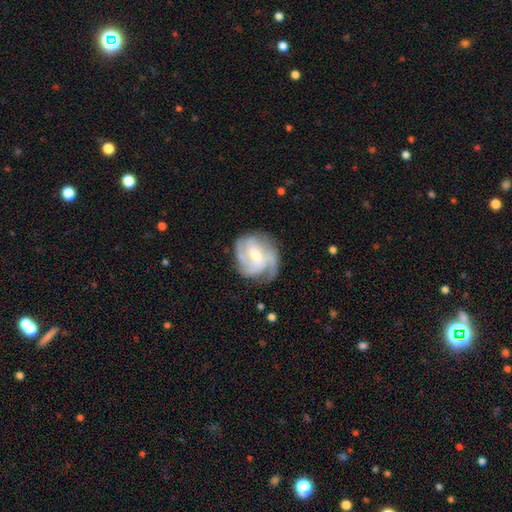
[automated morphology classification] Overall: featured or disk (88%). Edge-on disk: no (98%). Bar: weak (46%; no 40%). Spiral arms: yes (97%). Spiral arm count: 3 (47%; 4 21%). Spiral winding: tight (50%; medium 41%). Bulge size: small (52%; moderate 44%). Merging: none (73%).